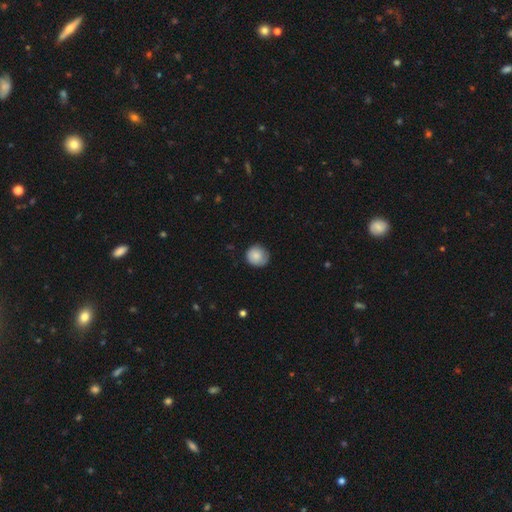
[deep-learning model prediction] Smooth or featured?
  - smooth: 83% *
  - featured or disk: 10%
  - star or artifact: 7%
How rounded?
  - round: 91% *
  - in between: 9%
  - cigar-shaped: 1%
Merging?
  - none: 77% *
  - minor disturbance: 19%
  - major disturbance: 4%
  - merger: 1%